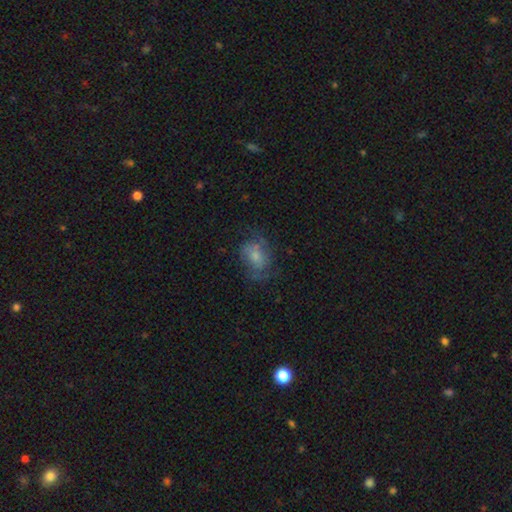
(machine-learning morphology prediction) Smooth or featured? smooth (52%)
How rounded? in between (65%)
Merging? none (52%)